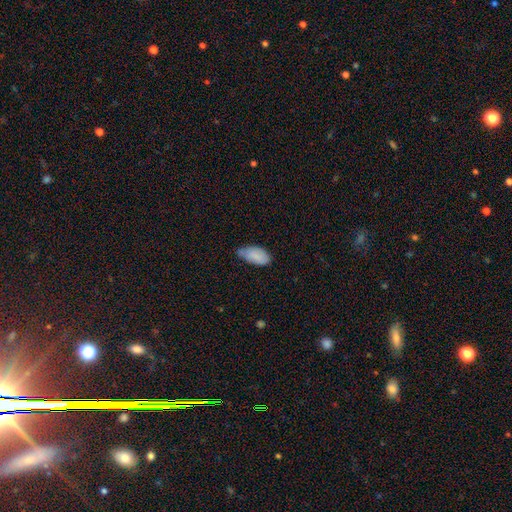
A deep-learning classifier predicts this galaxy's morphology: smooth-or-featured: smooth: 82% | featured or disk: 11% | star or artifact: 7%
  how-rounded: in between: 93% | cigar-shaped: 4% | round: 2%
  merging: minor disturbance: 45% (tied) | none: 45% (tied) | major disturbance: 7% | merger: 3%